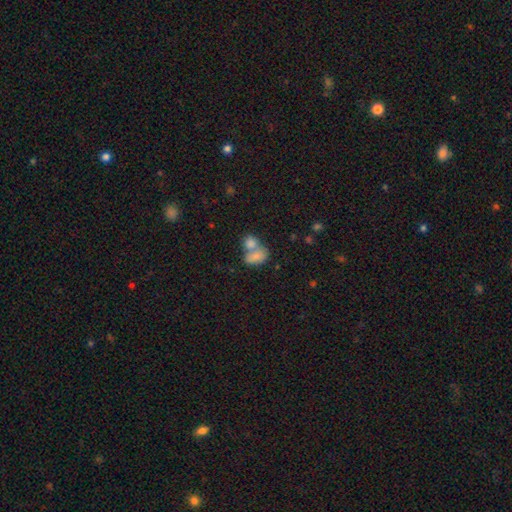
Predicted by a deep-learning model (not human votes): Smooth or featured? Predicted: smooth (p=0.80). How rounded? Predicted: in between (p=0.82). Merging? Predicted: merger (p=0.66).